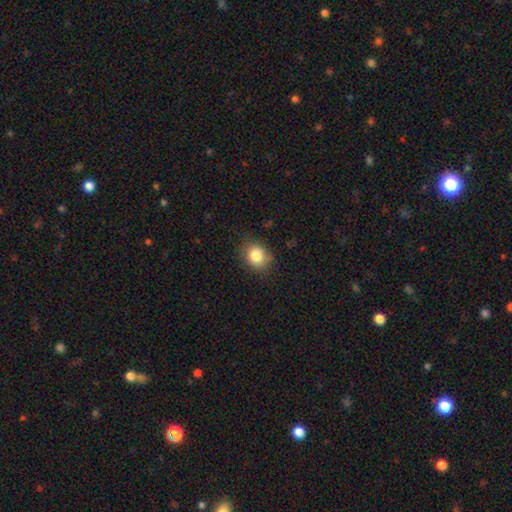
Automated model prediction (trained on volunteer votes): Overall: smooth (83%). How rounded: round (61%; in between 38%). Merging: none (82%).